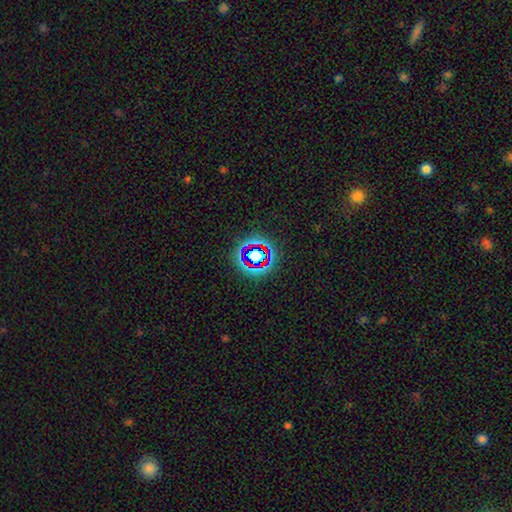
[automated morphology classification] This is likely a star or artifact rather than a galaxy (65%).